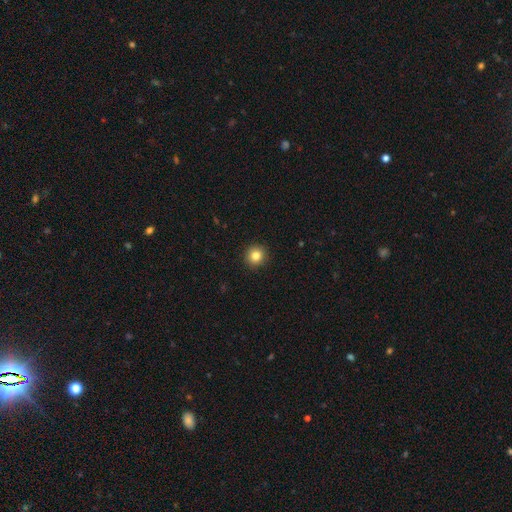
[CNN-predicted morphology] A smooth galaxy with no disk features (84%) that is round (93%).

Vote fractions:
- Smooth or featured? smooth: 84% / star or artifact: 10% / featured or disk: 6%
- How rounded? round: 93% / in between: 6% / cigar-shaped: 1%
- Merging? none: 93% / minor disturbance: 5% / major disturbance: 2% / merger: 1%